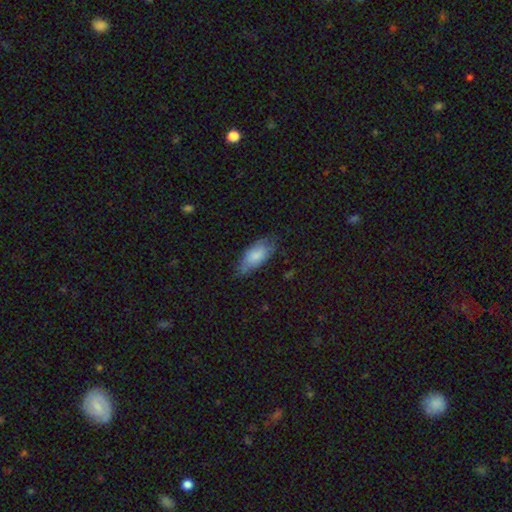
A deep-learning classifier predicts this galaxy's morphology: This is likely a smooth galaxy (77%). How rounded: clearly in between (88%). Merging: possibly none (57%).